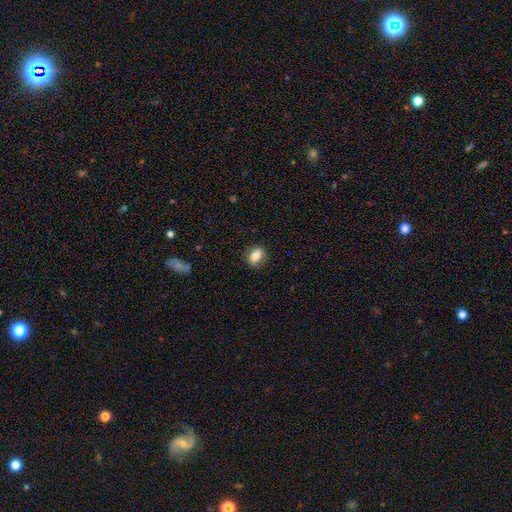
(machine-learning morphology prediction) Smooth or featured?
  - smooth: 72% *
  - featured or disk: 19%
  - star or artifact: 9%
How rounded?
  - in between: 60% *
  - round: 36%
  - cigar-shaped: 3%
Merging?
  - none: 85% *
  - minor disturbance: 11%
  - major disturbance: 3%
  - merger: 1%